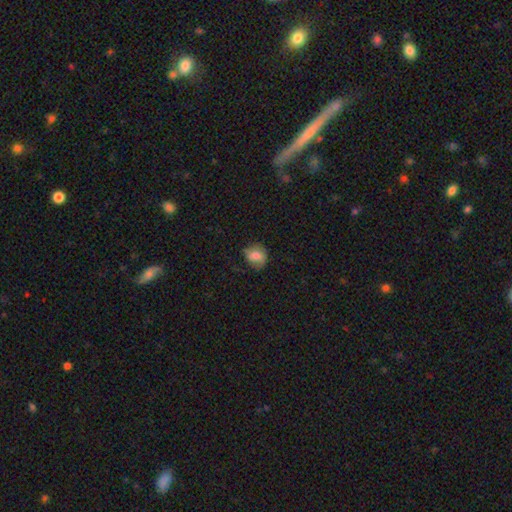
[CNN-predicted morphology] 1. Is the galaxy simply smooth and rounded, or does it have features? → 69% smooth, 22% featured or disk, 9% star or artifact.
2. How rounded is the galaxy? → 65% round, 34% in between, 1% cigar-shaped.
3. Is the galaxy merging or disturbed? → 66% none, 24% minor disturbance, 8% major disturbance, 1% merger.